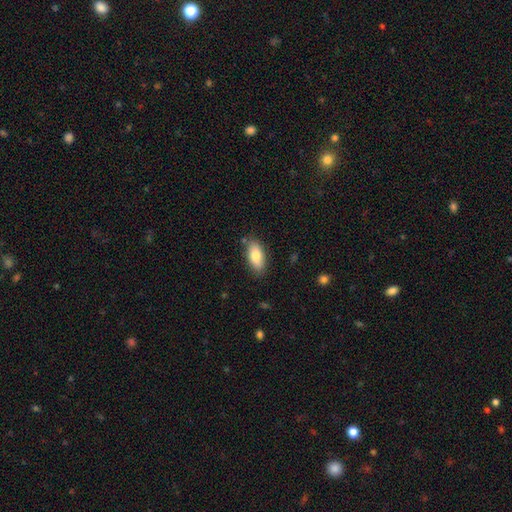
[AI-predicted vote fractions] Q: Smooth or featured?
A: smooth (79%); runner-up: featured or disk (15%)
Q: How rounded?
A: in between (88%); runner-up: cigar-shaped (10%)
Q: Merging?
A: none (82%); runner-up: minor disturbance (13%)